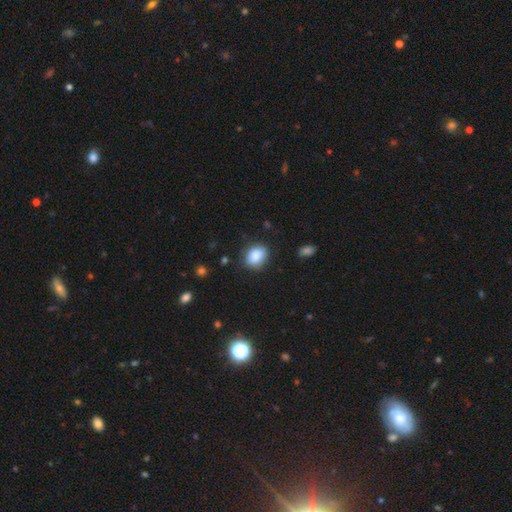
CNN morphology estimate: A smooth galaxy with no disk features (87%) that is in between round and cigar-shaped (58%). Merging: none (79%).